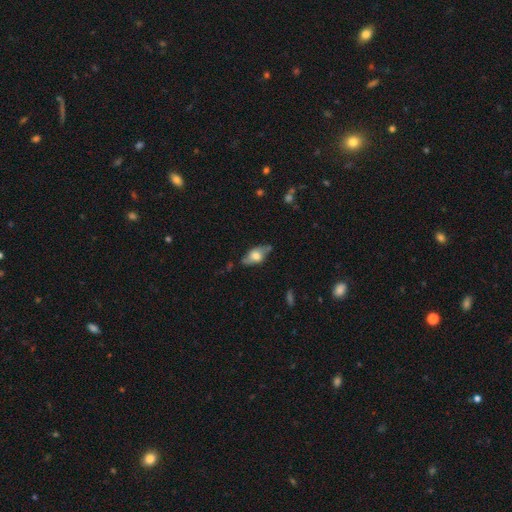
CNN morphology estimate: Smooth or featured: smooth — 47% (featured or disk — 46%)
Merging: none — 65% (minor disturbance — 25%)